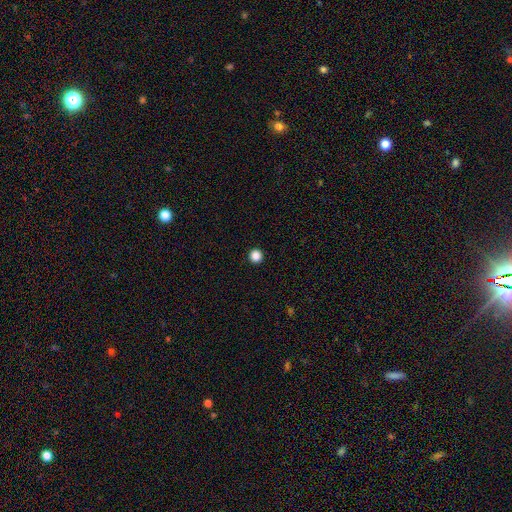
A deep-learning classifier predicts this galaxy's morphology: smooth 87%, star or artifact 11%, featured or disk 2%. Down the decision tree: how rounded — round (96%); merging — none (94%).